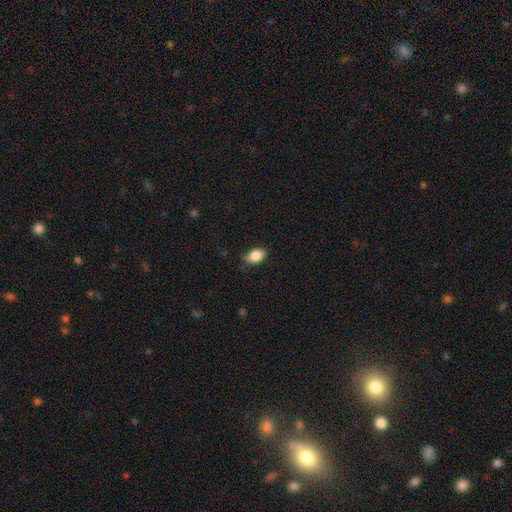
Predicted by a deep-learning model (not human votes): This is clearly a smooth galaxy (84%). How rounded: clearly in between (86%). Merging: likely none (73%).